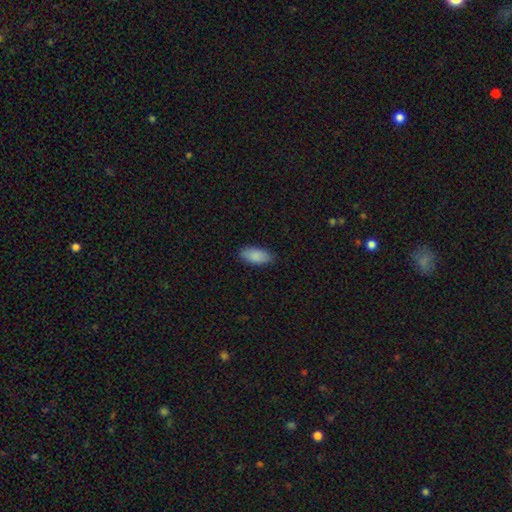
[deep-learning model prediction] Morphology: type=smooth (89%); roundness=in between (92%); merging=none (83%).